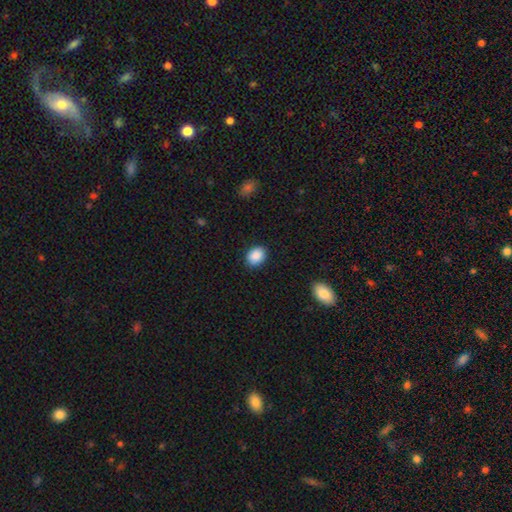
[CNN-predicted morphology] type=smooth (89%); roundness=in between (62%); merging=none (86%).